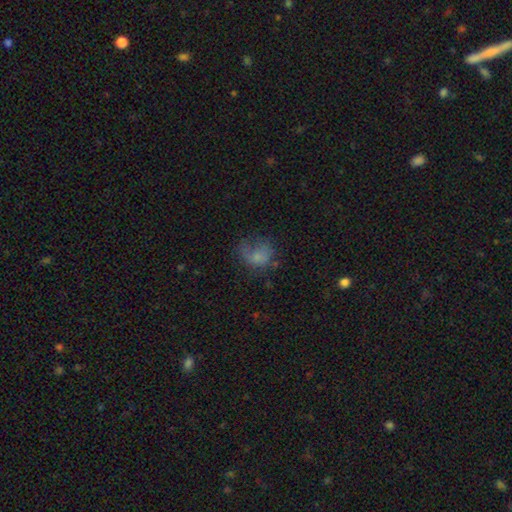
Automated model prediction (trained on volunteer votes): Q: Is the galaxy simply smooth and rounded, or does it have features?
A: smooth — 58%.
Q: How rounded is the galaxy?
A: round — 50%.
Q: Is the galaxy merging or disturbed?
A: major disturbance — 41%.